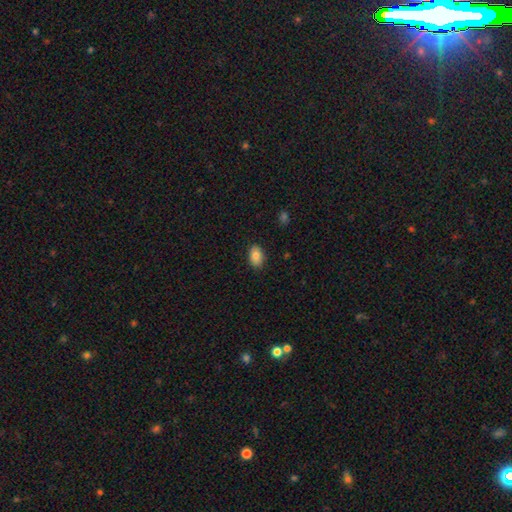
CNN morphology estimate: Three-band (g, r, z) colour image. It shows a smooth galaxy with no disk features (85%) that is in between round and cigar-shaped (88%). Merging: none (88%).